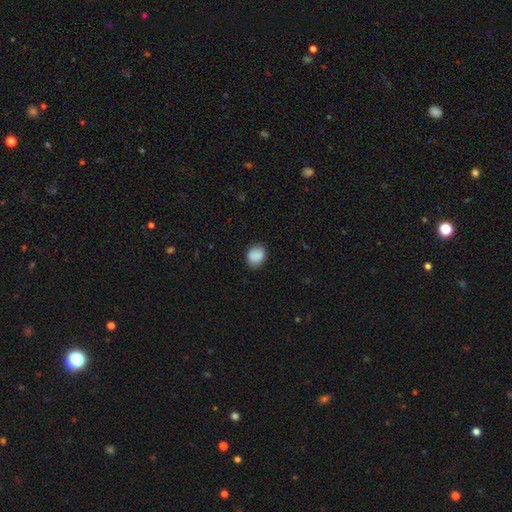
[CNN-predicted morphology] Q: Smooth or featured?
A: smooth (89%); runner-up: star or artifact (8%)
Q: How rounded?
A: round (55%); runner-up: in between (44%)
Q: Merging?
A: none (83%); runner-up: minor disturbance (13%)